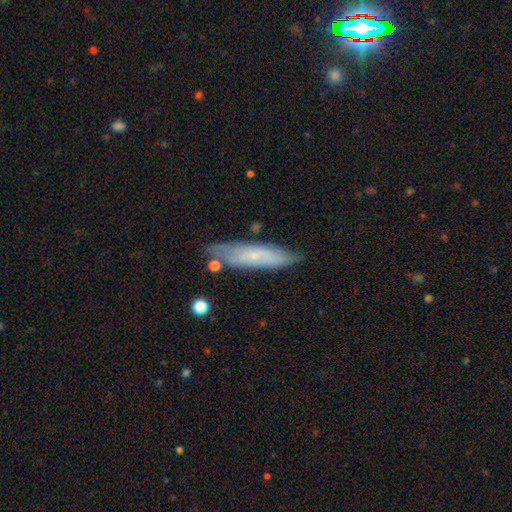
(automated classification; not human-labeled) Smooth or featured?
  - featured or disk: 49% *
  - smooth: 44%
  - star or artifact: 7%
Merging?
  - none: 71% *
  - minor disturbance: 20%
  - major disturbance: 4%
  - merger: 4%